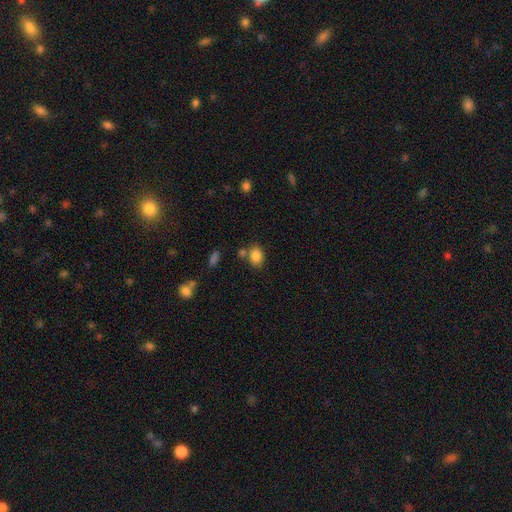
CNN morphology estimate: Smooth or featured? smooth (84%)
How rounded? in between (68%)
Merging? none (65%)